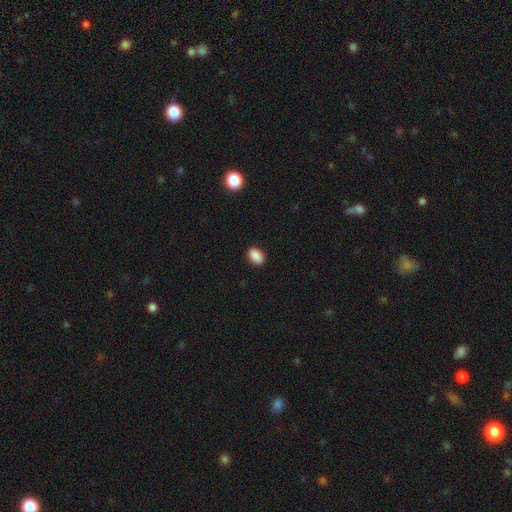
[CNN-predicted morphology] A smooth galaxy with no disk features (89%) that is in between round and cigar-shaped (85%). Merging: none (89%).